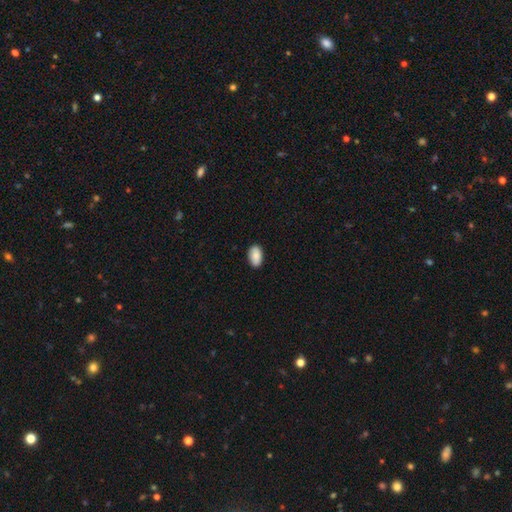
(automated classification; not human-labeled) smooth_or_featured: smooth (p=0.90) [alt: star or artifact p=0.06]
how_rounded: in between (p=0.94) [alt: round p=0.05]
merging: none (p=0.88) [alt: minor disturbance p=0.09]